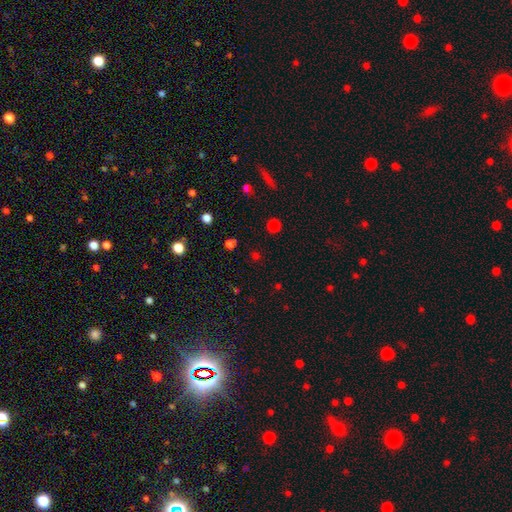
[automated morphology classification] smooth-or-featured: smooth: 50% | star or artifact: 45% | featured or disk: 5%
  merging: none: 83% | minor disturbance: 8% | major disturbance: 4% | merger: 4%